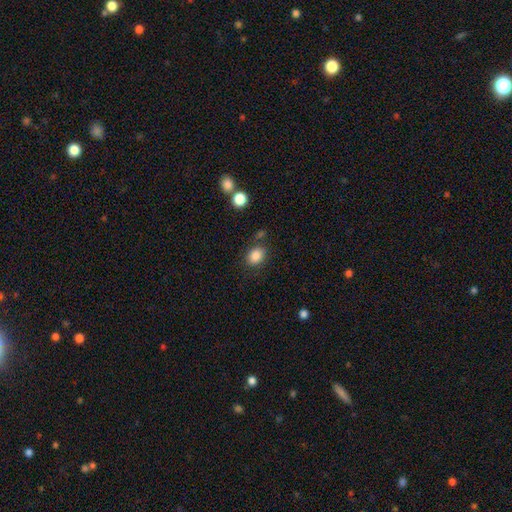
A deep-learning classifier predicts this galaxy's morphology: A smooth galaxy with no disk features (85%) that is in between round and cigar-shaped (65%). Merging: none (76%).